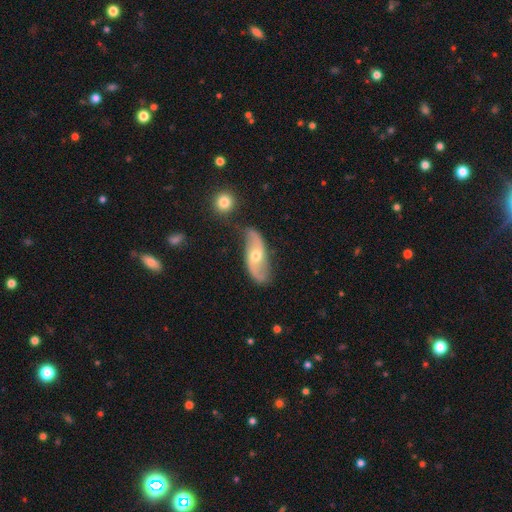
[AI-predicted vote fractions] Smooth or featured? featured or disk (81%)
Edge-on disk? no (91%)
Bar? no (59%)
Spiral arms? yes (92%)
Spiral winding? loose (75%)
Spiral arm count? 2 (92%)
Bulge size? moderate (60%)
Merging? none (71%)